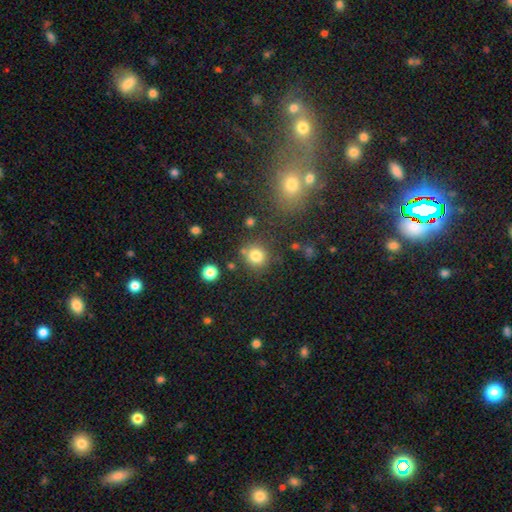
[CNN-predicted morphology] Smooth or featured? Predicted: smooth (p=0.81). How rounded? Predicted: round (p=0.88). Merging? Predicted: none (p=0.76).